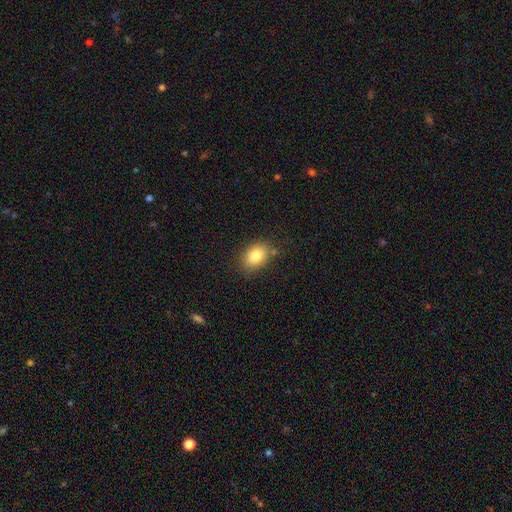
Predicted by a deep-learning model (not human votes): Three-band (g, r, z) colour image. It shows a smooth galaxy with no disk features (82%) that is in between round and cigar-shaped (72%). Merging: none (76%).